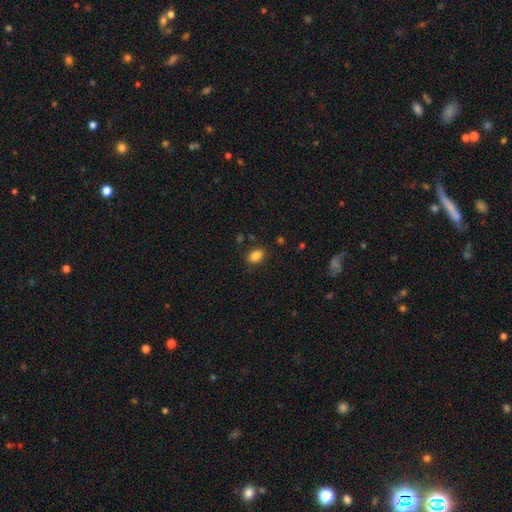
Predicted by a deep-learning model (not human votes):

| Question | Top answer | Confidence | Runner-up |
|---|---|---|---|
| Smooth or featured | smooth | 86% | star or artifact (10%) |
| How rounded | in between | 80% | round (19%) |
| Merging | none | 85% | minor disturbance (10%) |